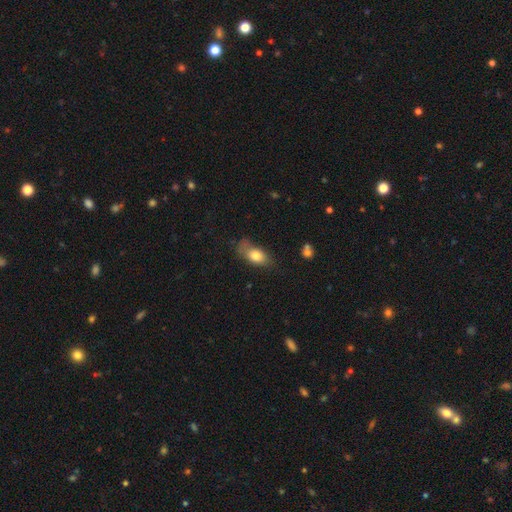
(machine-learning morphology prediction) This is likely a smooth galaxy (77%). How rounded: clearly in between (84%). Merging: marginally none (44%).